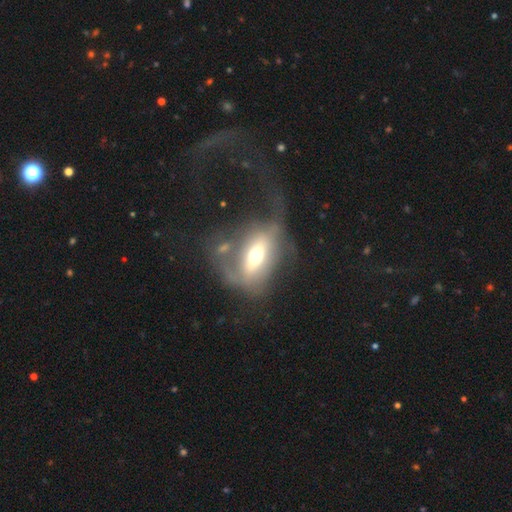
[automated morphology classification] Smooth or featured? featured or disk (52%)
Edge-on disk? no (81%)
Merging? major disturbance (45%)